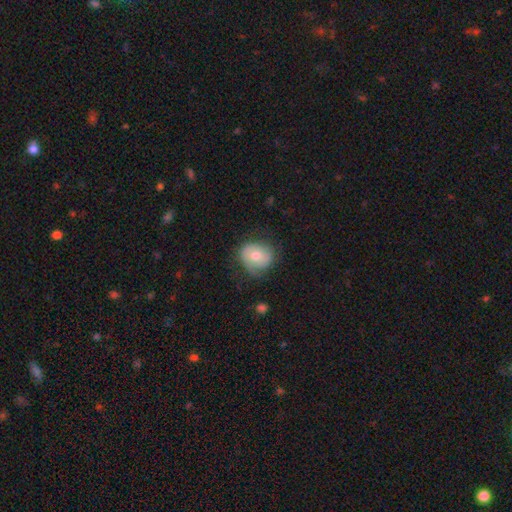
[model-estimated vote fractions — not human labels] smooth-or-featured: smooth: 64% | featured or disk: 29% | star or artifact: 7%
  how-rounded: round: 71% | in between: 28% | cigar-shaped: 1%
  merging: none: 64% | minor disturbance: 26% | major disturbance: 9% | merger: 1%